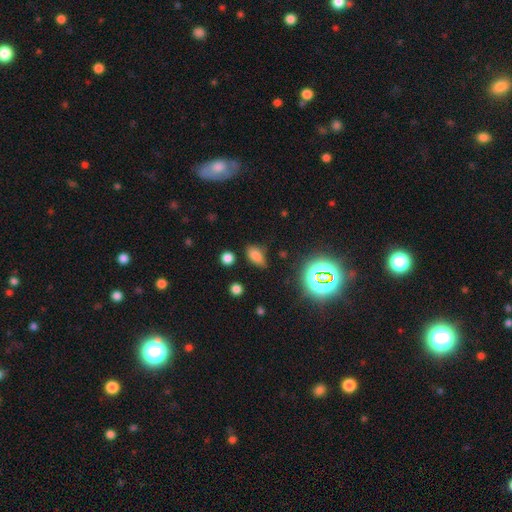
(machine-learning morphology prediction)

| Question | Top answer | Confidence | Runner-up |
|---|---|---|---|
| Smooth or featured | smooth | 74% | star or artifact (19%) |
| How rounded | in between | 87% | round (9%) |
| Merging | none | 73% | minor disturbance (19%) |